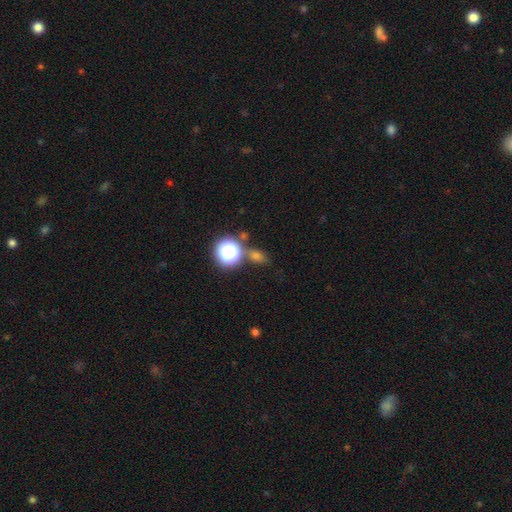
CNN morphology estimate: Smooth or featured? Predicted: smooth (p=0.60). How rounded? Predicted: in between (p=0.53). Merging? Predicted: none (p=0.71).